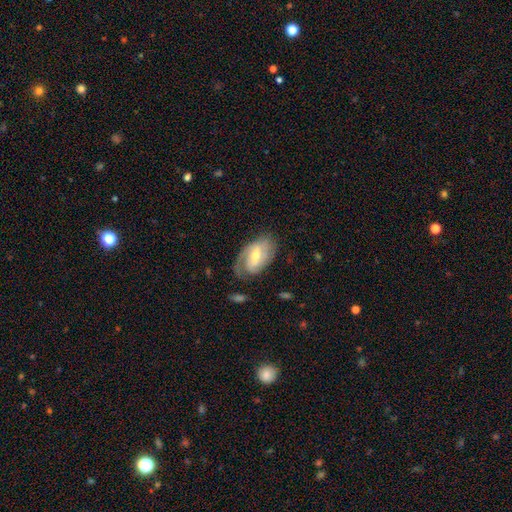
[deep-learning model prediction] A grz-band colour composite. It shows a featured or disk galaxy (76%) with a weak bar (49%), 2 (61%) tight (44%) spiral arms (91%) and a moderate central bulge (53%). Merging: none (68%).